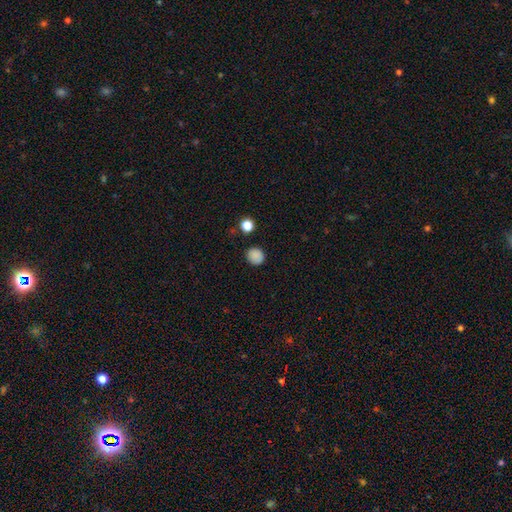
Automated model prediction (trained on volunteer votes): A smooth galaxy with no disk features (85%) that is round (83%).

Vote fractions:
- Smooth or featured? smooth: 85% / star or artifact: 11% / featured or disk: 4%
- How rounded? round: 83% / in between: 16% / cigar-shaped: 1%
- Merging? none: 86% / minor disturbance: 10% / major disturbance: 3% / merger: 2%